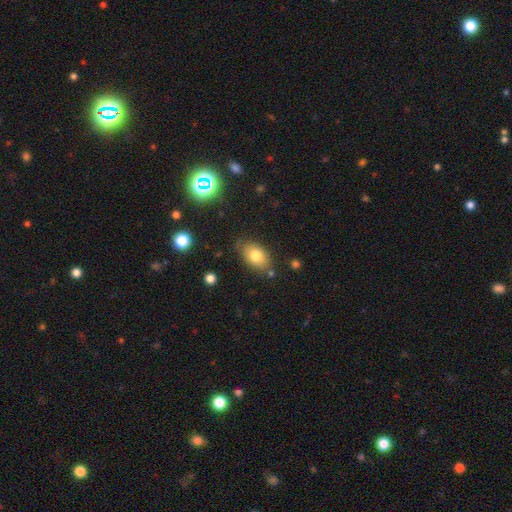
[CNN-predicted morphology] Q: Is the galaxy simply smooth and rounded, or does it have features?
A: smooth — 78%.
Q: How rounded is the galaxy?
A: in between — 87%.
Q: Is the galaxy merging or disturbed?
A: none — 75%.